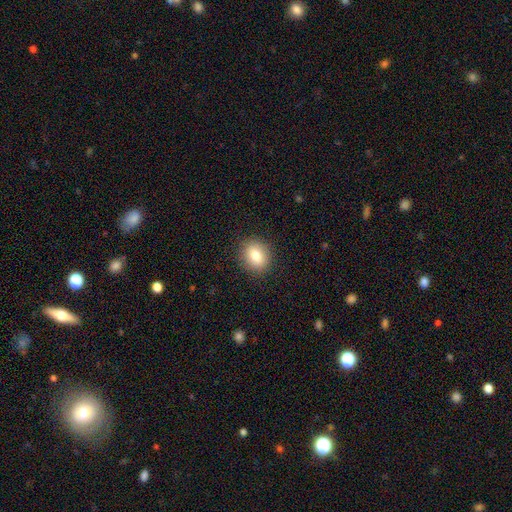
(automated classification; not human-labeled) This is clearly a smooth galaxy (81%). How rounded: likely round (62%). Merging: clearly none (89%).